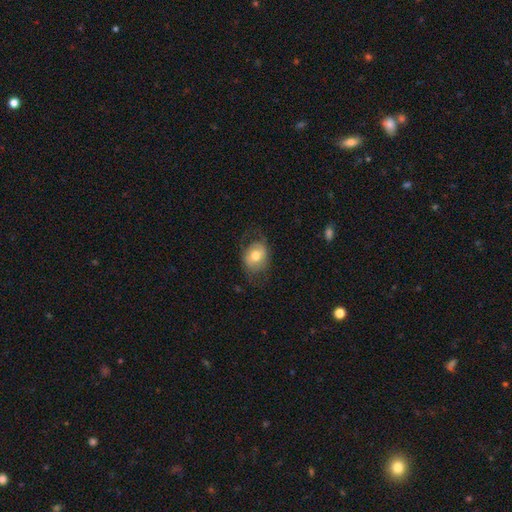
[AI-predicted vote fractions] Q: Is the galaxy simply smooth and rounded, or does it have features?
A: smooth — 62%.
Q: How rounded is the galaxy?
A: in between — 51%.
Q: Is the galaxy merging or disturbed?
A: none — 60%.